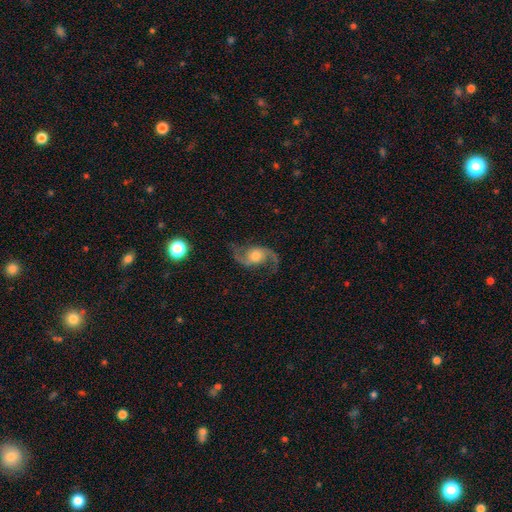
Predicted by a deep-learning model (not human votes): smooth-or-featured: featured or disk: 88% | smooth: 7% | star or artifact: 5%
  disk-edge-on: no: 97% | yes: 3%
    bar: no: 62% | weak: 30% | strong: 8%
    has-spiral-arms: yes: 97% | no: 3%
      spiral-winding: loose: 68% | medium: 27% | tight: 5%
      spiral-arm-count: 2: 94% | 1: 2% | can't tell: 1% | 3: 1% | 4: 1% | more than 4: 1%
    bulge-size: moderate: 58% | small: 19% | large: 18% | none: 3% | dominant: 2%
  merging: none: 78% | minor disturbance: 13% | major disturbance: 8% | merger: 2%